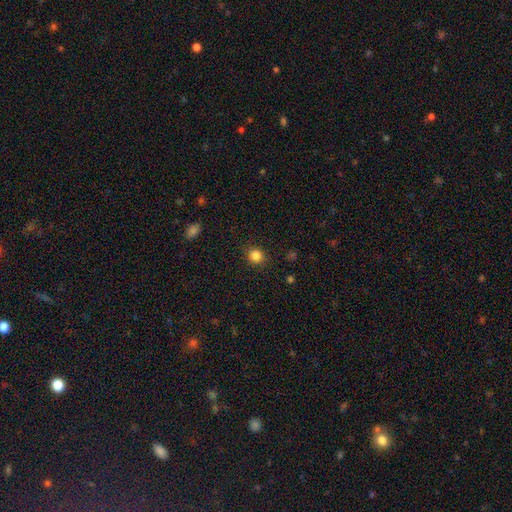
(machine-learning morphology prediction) Smooth or featured? smooth (85%)
How rounded? round (88%)
Merging? none (89%)